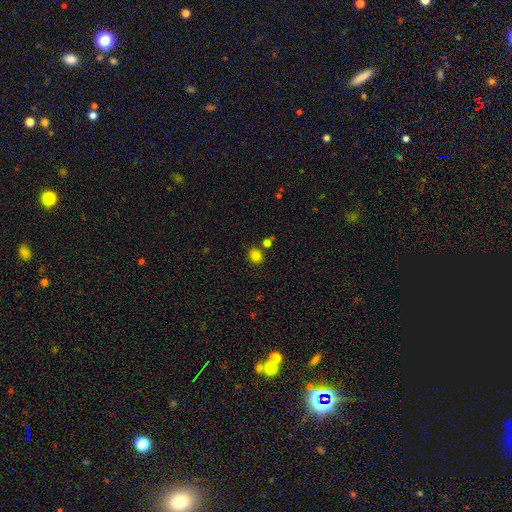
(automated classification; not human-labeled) smooth 82%, star or artifact 13%, featured or disk 5%. Down the decision tree: how rounded — round (73%); merging — none (82%).